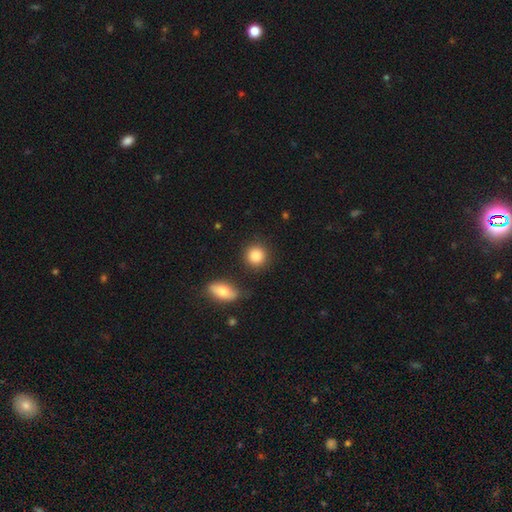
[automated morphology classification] Overall: smooth (87%). How rounded: round (86%). Merging: none (83%).